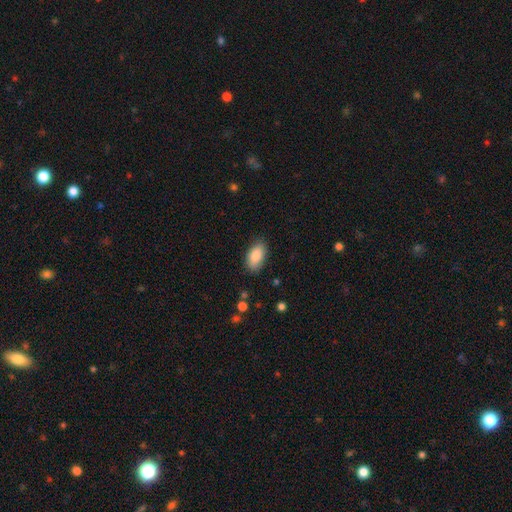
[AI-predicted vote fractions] A smooth galaxy with no disk features (88%) that is in between round and cigar-shaped (93%). Merging: none (84%).